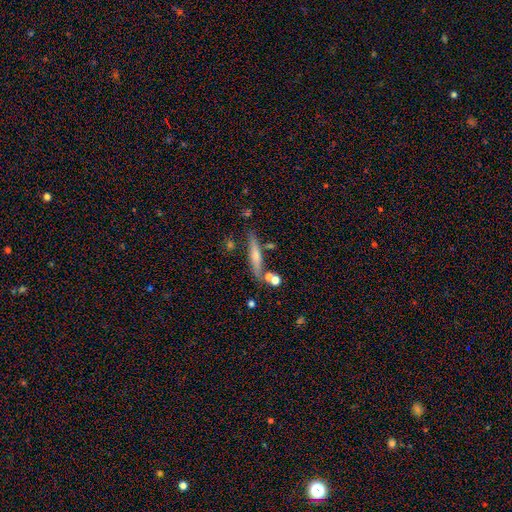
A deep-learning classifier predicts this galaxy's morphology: This is possibly a smooth galaxy (47%). Merging: likely none (73%).